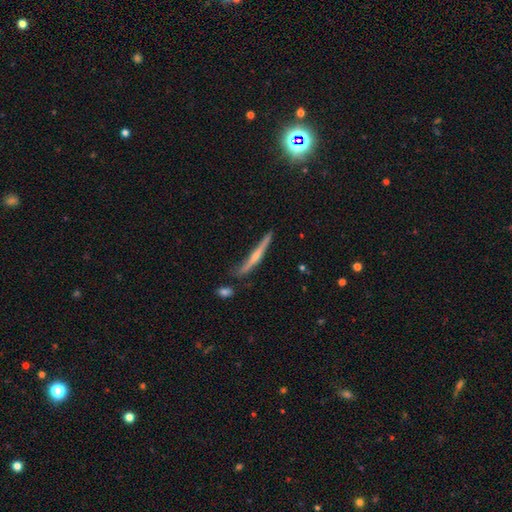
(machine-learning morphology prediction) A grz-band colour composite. It shows a featured or disk galaxy (56%) viewed edge-on (87%). Merging: none (66%).